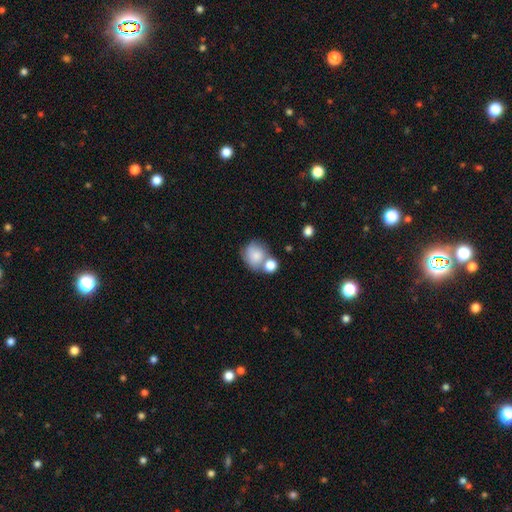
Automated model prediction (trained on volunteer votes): The model was most divided on "merging": none: 42%, merger: 36%, minor disturbance: 15%, major disturbance: 7%. More confident: smooth or featured — smooth (78%); how rounded — round (72%).